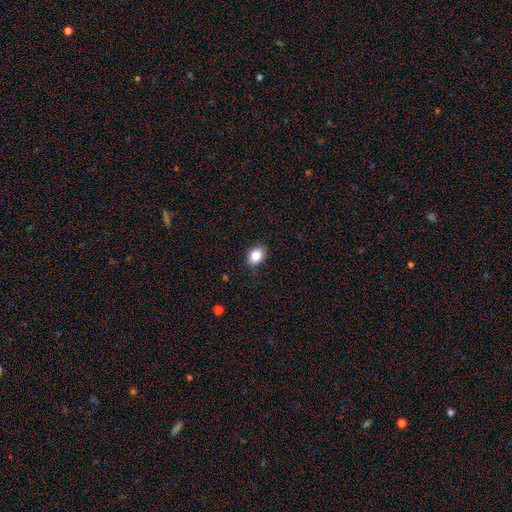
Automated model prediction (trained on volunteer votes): smooth 84%, star or artifact 10%, featured or disk 6%. Down the decision tree: how rounded — in between (57%); merging — none (82%).